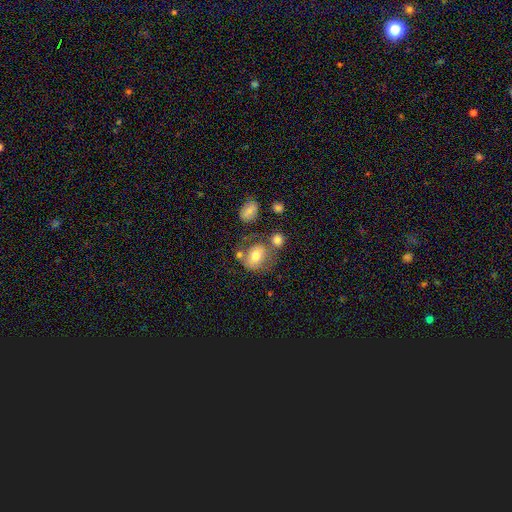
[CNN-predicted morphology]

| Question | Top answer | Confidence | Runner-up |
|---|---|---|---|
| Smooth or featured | smooth | 61% | featured or disk (29%) |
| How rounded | round | 53% | in between (46%) |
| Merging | none | 45% | merger (23%) |